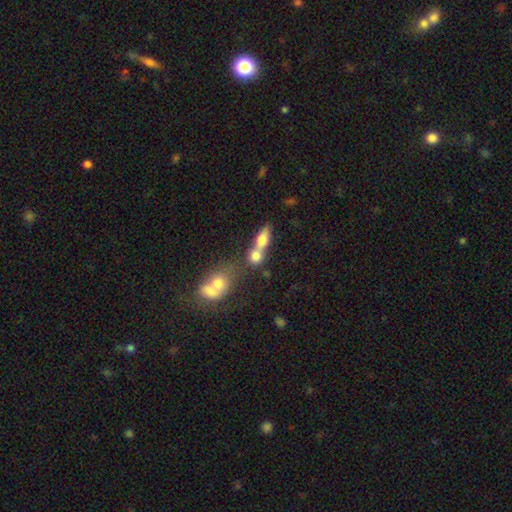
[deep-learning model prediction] Q: Smooth or featured?
A: smooth (71%); runner-up: featured or disk (18%)
Q: How rounded?
A: in between (46%); runner-up: round (40%)
Q: Merging?
A: merger (64%); runner-up: none (24%)